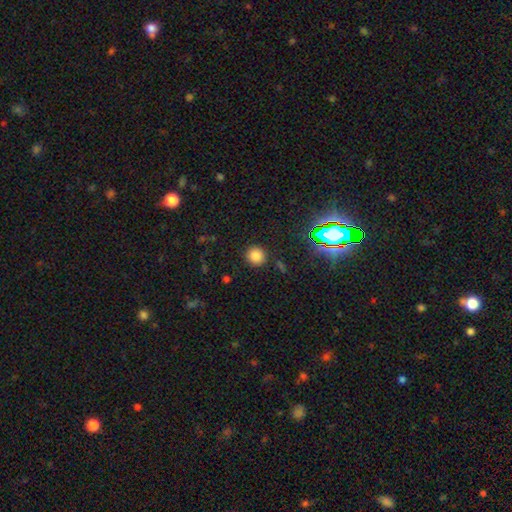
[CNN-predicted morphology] The model was most divided on "smooth or featured": smooth: 78%, star or artifact: 17%, featured or disk: 5%. More confident: how rounded — round (94%); merging — none (89%).